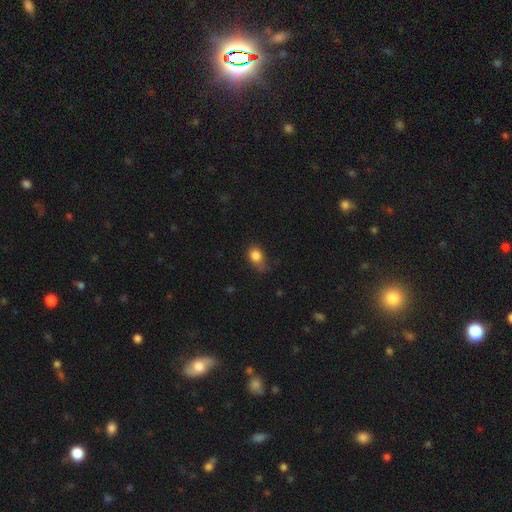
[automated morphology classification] Smooth or featured? Predicted: smooth (p=0.84). How rounded? Predicted: in between (p=0.53). Merging? Predicted: none (p=0.49).